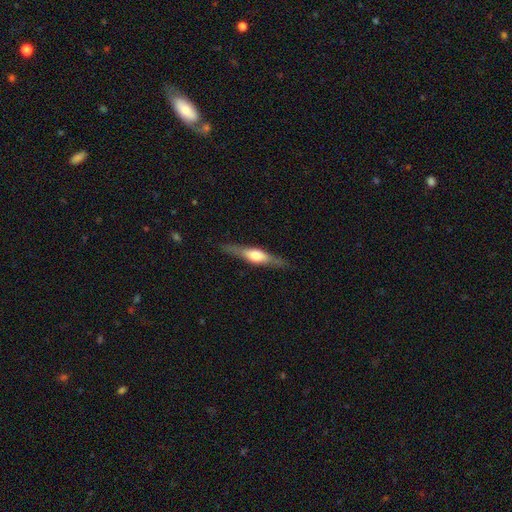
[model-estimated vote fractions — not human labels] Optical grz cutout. It shows a featured or disk galaxy (63%) viewed edge-on (93%) with a rounded central bulge (88%). Merging: none (86%).